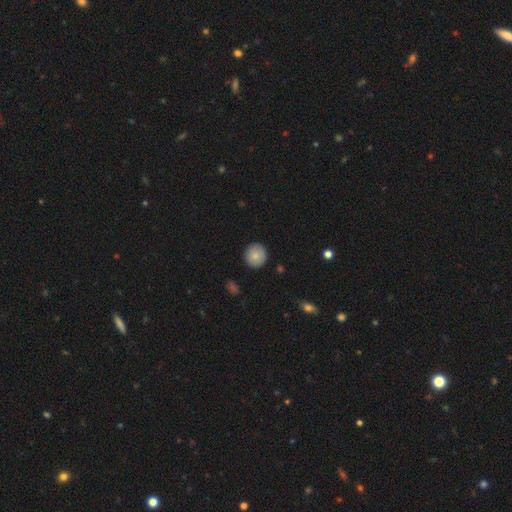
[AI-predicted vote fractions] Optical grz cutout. It shows a smooth galaxy with no disk features (82%) that is round (92%). Merging: none (89%).